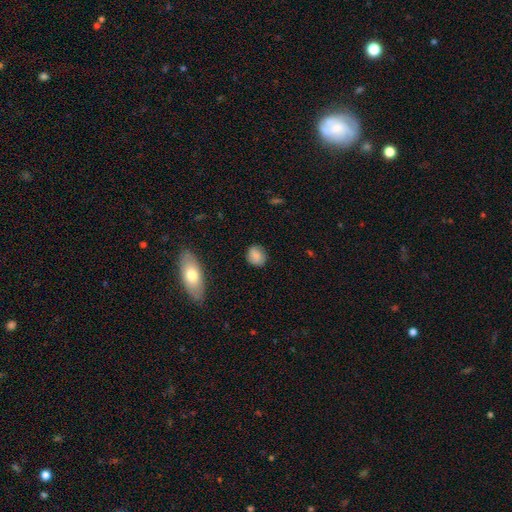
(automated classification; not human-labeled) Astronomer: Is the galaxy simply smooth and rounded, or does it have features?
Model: smooth — 84%.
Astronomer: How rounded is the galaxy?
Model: round — 61% (runner-up: in between, 37%).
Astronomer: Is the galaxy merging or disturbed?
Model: none — 84%.